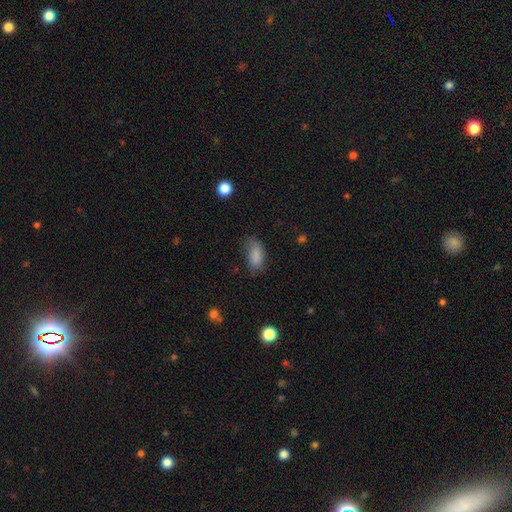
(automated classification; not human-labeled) Smooth or featured? smooth (83%)
How rounded? in between (88%)
Merging? none (58%)